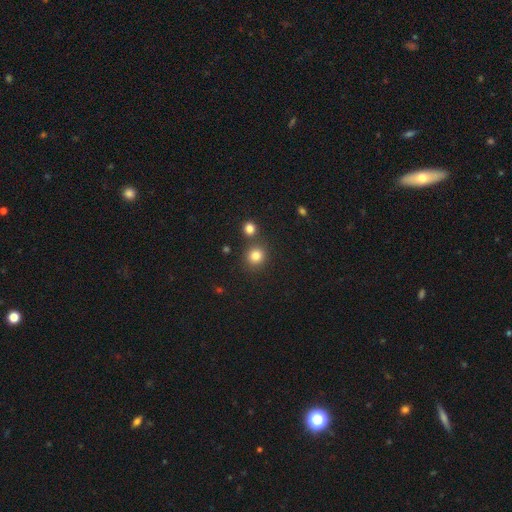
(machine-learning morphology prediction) A smooth galaxy with no disk features (82%) that is round (87%). Merging: none (77%).